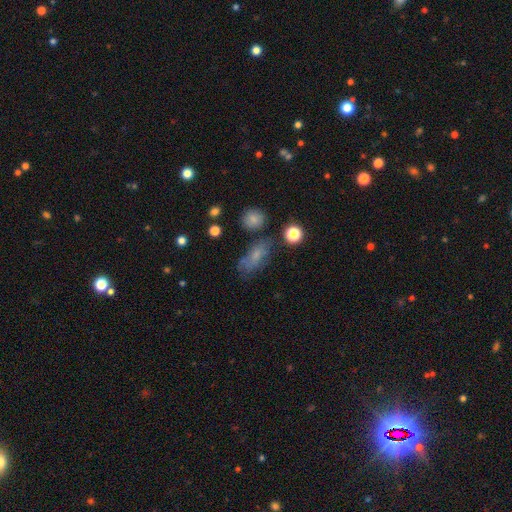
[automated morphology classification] type=smooth (64%); roundness=in between (76%); merging=none (55%).